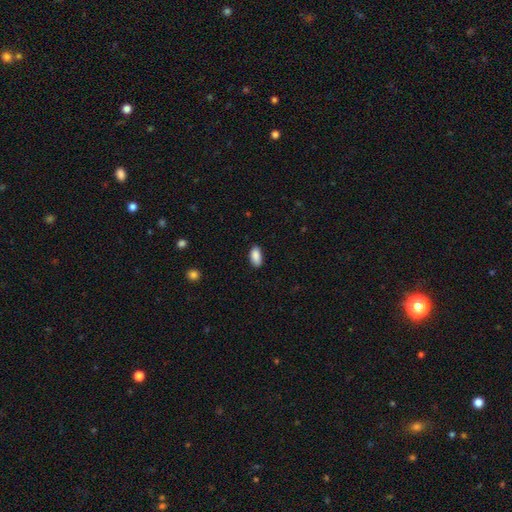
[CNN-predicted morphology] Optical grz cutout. It shows a smooth galaxy with no disk features (90%) that is in between round and cigar-shaped (92%). Merging: none (87%).